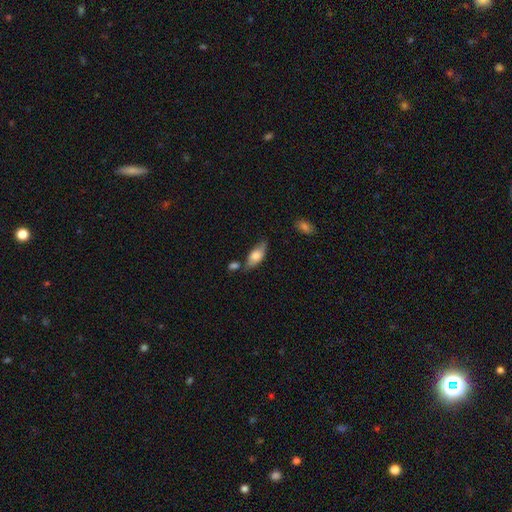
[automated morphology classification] Smooth or featured? Predicted: smooth (p=0.72). How rounded? Predicted: in between (p=0.84). Merging? Predicted: none (p=0.62).